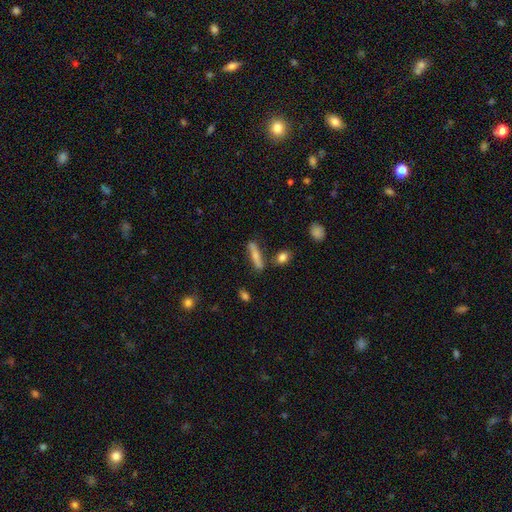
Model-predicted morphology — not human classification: The model was most divided on "smooth or featured": smooth: 58%, featured or disk: 35%, star or artifact: 8%. More confident: how rounded — cigar-shaped (79%); merging — none (74%).